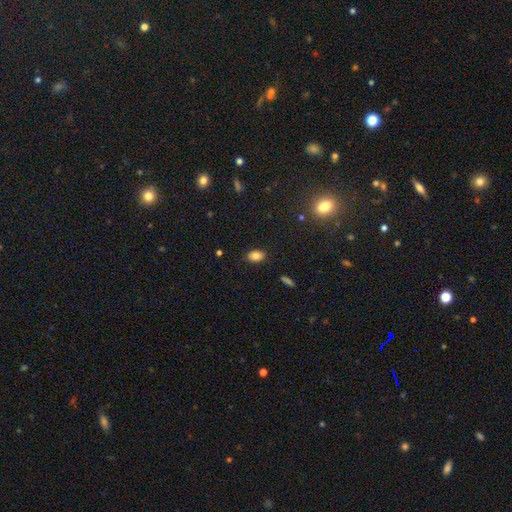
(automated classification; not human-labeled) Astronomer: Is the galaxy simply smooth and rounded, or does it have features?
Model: smooth — 82%.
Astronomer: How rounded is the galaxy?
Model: in between — 83%.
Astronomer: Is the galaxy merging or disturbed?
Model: none — 86%.